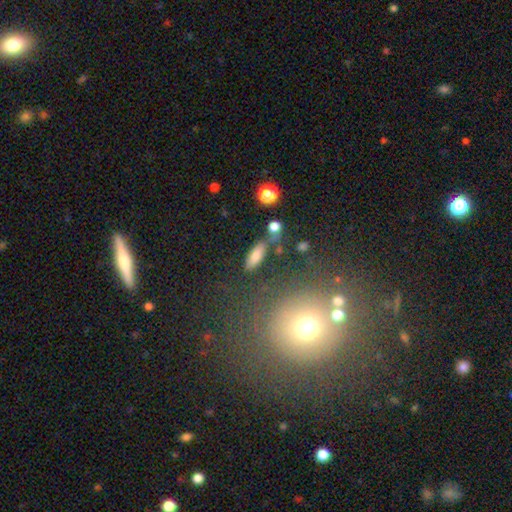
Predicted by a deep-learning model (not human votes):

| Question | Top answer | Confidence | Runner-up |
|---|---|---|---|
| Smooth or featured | smooth | 79% | featured or disk (11%) |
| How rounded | in between | 68% | cigar-shaped (28%) |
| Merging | none | 64% | minor disturbance (17%) |